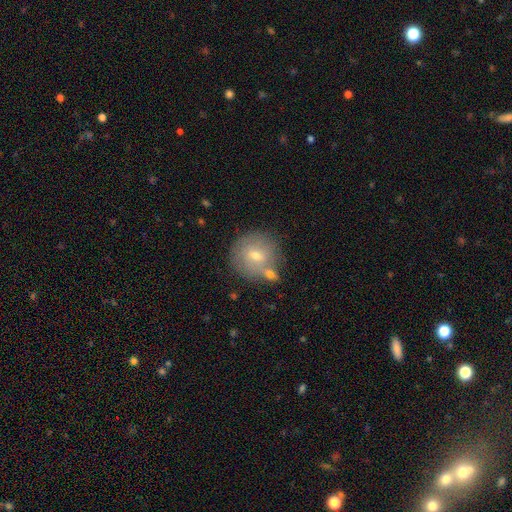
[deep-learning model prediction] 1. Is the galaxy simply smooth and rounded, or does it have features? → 60% smooth, 31% featured or disk, 9% star or artifact.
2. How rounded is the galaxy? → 91% round, 7% in between, 1% cigar-shaped.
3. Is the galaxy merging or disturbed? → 65% none, 17% merger, 14% minor disturbance, 4% major disturbance.